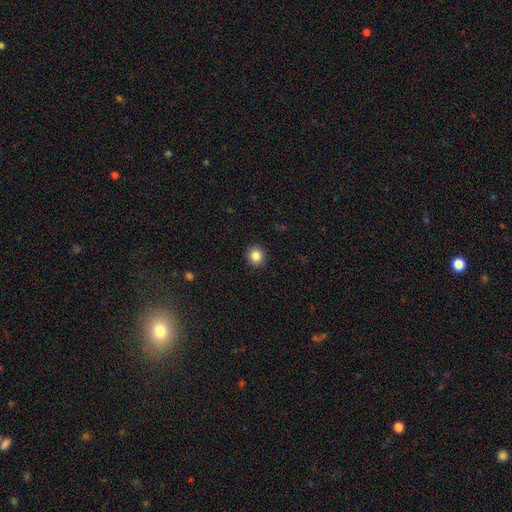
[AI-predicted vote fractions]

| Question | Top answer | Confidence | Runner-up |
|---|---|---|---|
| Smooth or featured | smooth | 85% | star or artifact (10%) |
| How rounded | round | 92% | in between (7%) |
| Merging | none | 92% | minor disturbance (5%) |